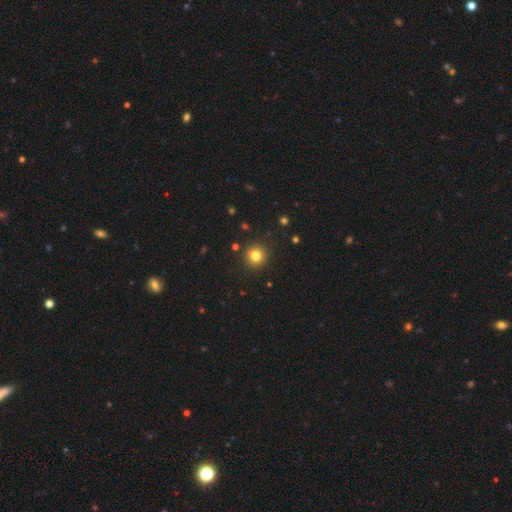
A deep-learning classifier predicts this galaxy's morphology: Smooth or featured?
  - smooth: 81% *
  - star or artifact: 13%
  - featured or disk: 6%
How rounded?
  - round: 93% *
  - in between: 6%
  - cigar-shaped: 1%
Merging?
  - none: 91% *
  - minor disturbance: 6%
  - major disturbance: 2%
  - merger: 2%